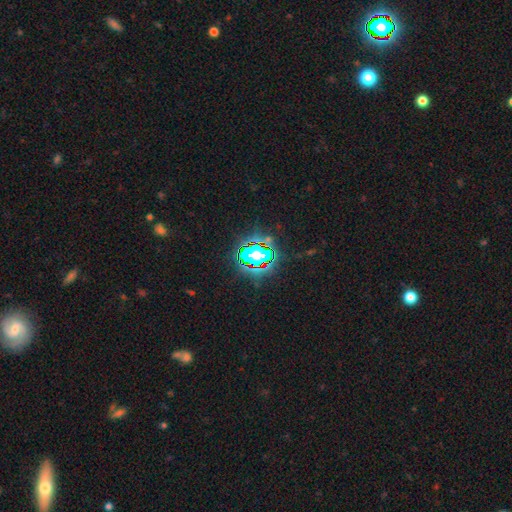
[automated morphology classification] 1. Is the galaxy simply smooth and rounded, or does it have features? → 78% star or artifact, 14% smooth, 8% featured or disk.